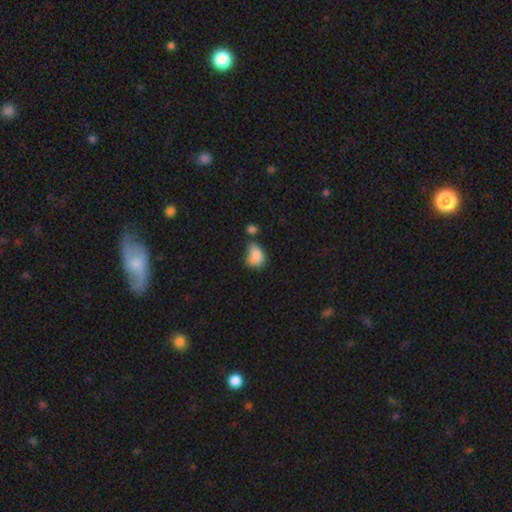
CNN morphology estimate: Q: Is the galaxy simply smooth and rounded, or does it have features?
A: smooth — 80%.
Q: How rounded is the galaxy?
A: in between — 73%.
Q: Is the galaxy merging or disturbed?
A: none — 30%, tied with minor disturbance.